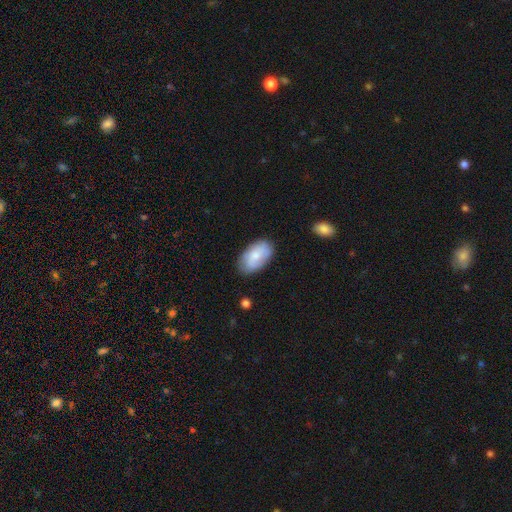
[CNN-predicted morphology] type=smooth (67%); roundness=in between (94%); merging=none (78%).